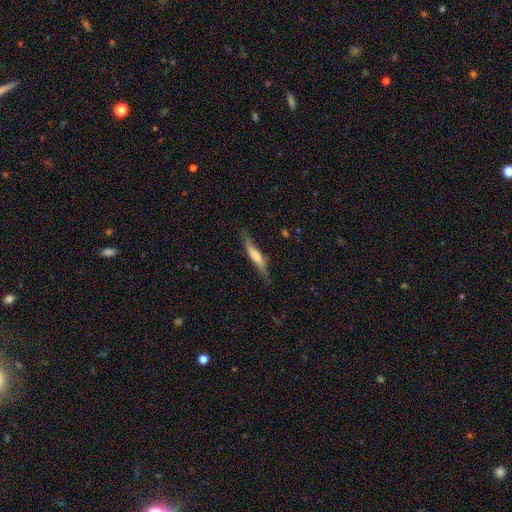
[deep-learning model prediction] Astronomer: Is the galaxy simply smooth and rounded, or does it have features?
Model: smooth — 49% (runner-up: featured or disk, 45%).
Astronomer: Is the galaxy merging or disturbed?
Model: none — 67%.